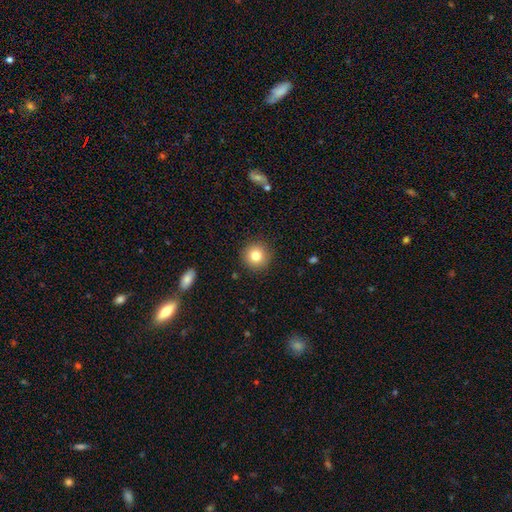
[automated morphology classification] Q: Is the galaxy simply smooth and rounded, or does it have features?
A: smooth — 82%.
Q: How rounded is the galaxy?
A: round — 94%.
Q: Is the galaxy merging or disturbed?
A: none — 91%.